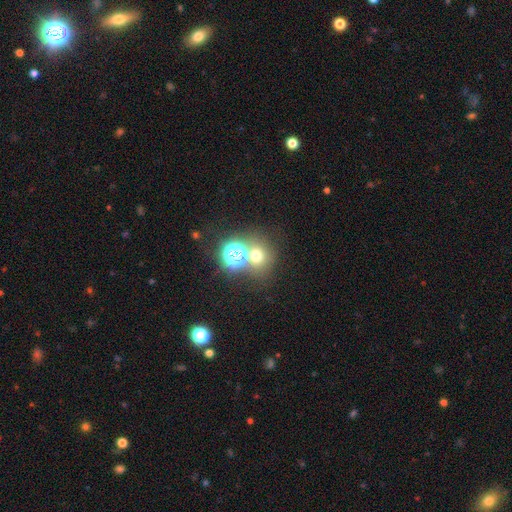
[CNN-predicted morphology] This appears to be a smooth galaxy with no disk features (59%) that is round (80%). Merging: none (56%).